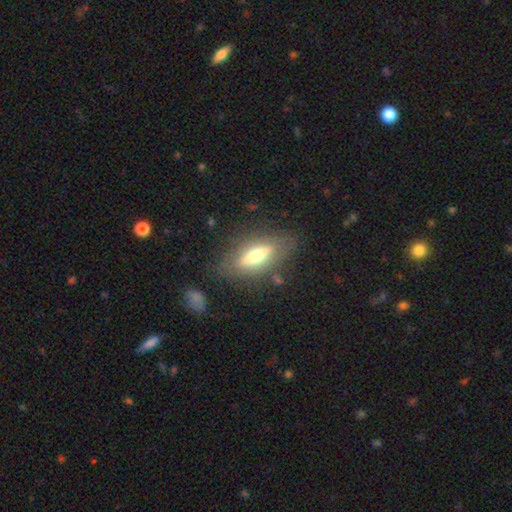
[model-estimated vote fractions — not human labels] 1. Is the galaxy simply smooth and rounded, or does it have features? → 51% featured or disk, 42% smooth, 7% star or artifact.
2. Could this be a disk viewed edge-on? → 69% yes, 31% no.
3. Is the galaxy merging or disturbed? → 77% none, 14% minor disturbance, 6% major disturbance, 3% merger.